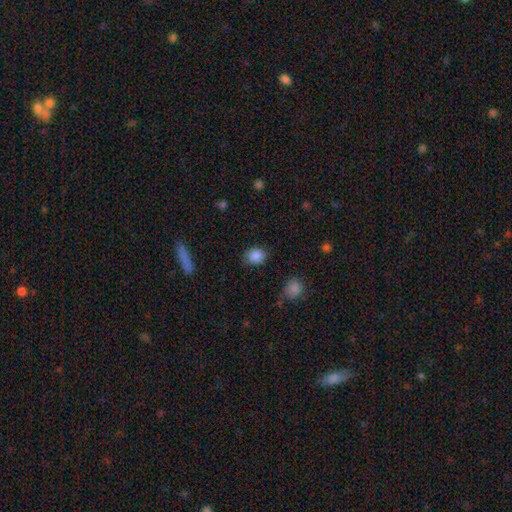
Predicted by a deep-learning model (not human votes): Smooth or featured?
  - smooth: 86% *
  - star or artifact: 9%
  - featured or disk: 5%
How rounded?
  - round: 53% *
  - in between: 46%
  - cigar-shaped: 1%
Merging?
  - none: 81% *
  - minor disturbance: 14%
  - major disturbance: 3%
  - merger: 2%